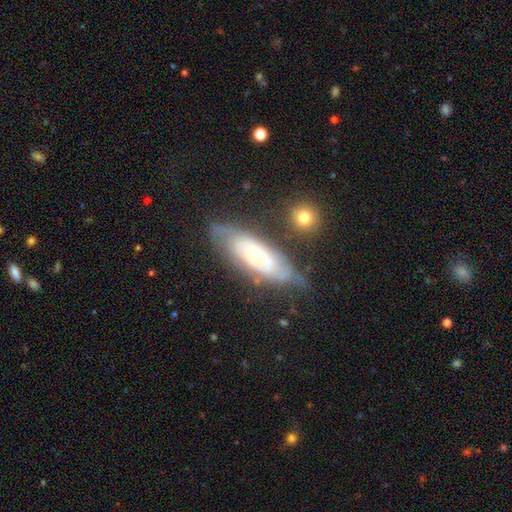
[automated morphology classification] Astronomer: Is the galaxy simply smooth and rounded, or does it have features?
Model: featured or disk — 73%.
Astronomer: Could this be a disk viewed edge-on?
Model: no — 83%.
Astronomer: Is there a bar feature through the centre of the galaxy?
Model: no — 84%.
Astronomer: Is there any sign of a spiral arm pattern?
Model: yes — 58% (runner-up: no, 42%).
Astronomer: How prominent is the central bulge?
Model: moderate — 61%.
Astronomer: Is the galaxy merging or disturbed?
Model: none — 61%.